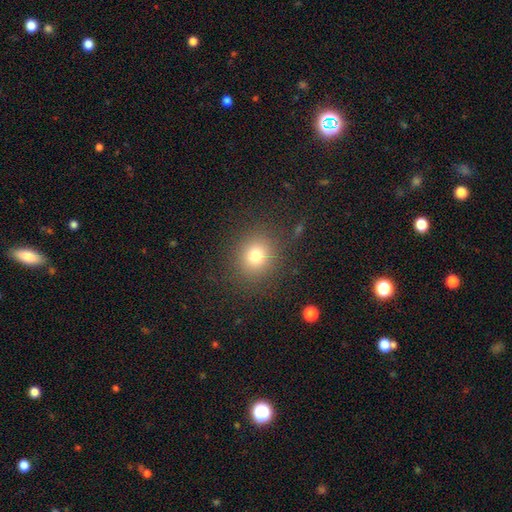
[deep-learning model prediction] The model was most divided on "smooth or featured": smooth: 77%, star or artifact: 14%, featured or disk: 8%. More confident: merging — none (86%); how rounded — round (81%).